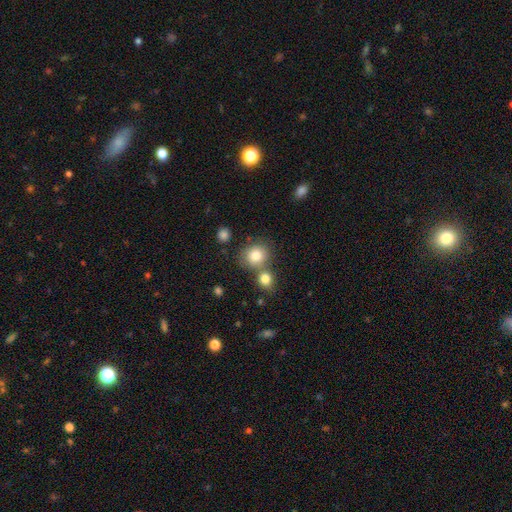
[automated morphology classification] smooth 79%, star or artifact 11%, featured or disk 9%. Down the decision tree: how rounded — round (79%); merging — none (59%).